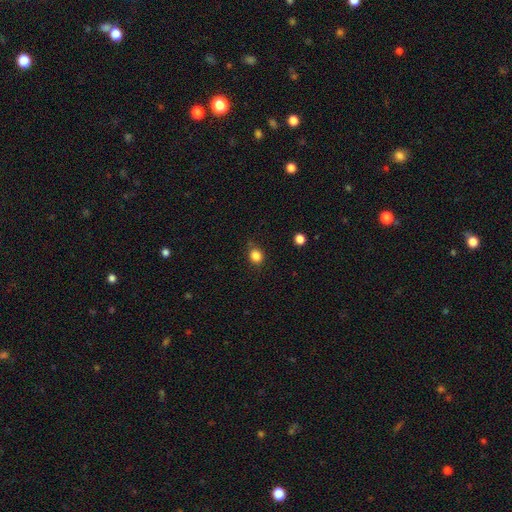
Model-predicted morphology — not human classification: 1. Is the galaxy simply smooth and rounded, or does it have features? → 84% smooth, 12% star or artifact, 4% featured or disk.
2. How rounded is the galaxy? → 71% round, 28% in between, 1% cigar-shaped.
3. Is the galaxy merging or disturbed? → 78% none, 16% minor disturbance, 4% major disturbance, 2% merger.